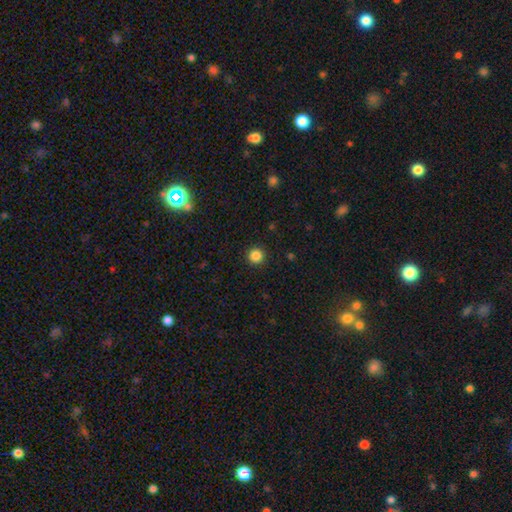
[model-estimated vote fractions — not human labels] A smooth galaxy with no disk features (85%) that is round (96%).

Vote fractions:
- Smooth or featured? smooth: 85% / star or artifact: 11% / featured or disk: 3%
- How rounded? round: 96% / in between: 3% / cigar-shaped: 1%
- Merging? none: 93% / minor disturbance: 4% / major disturbance: 2% / merger: 1%